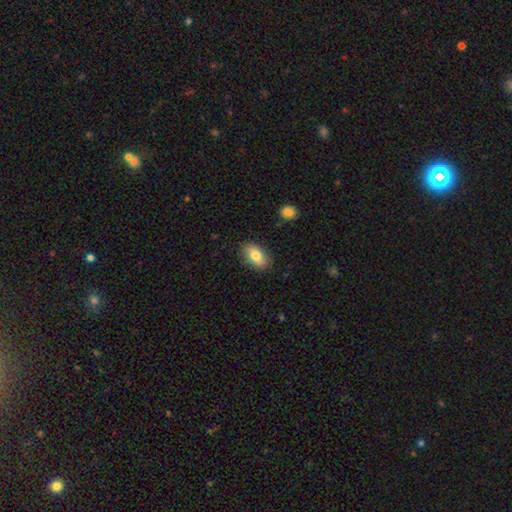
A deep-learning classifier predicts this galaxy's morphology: smooth 80%, featured or disk 13%, star or artifact 7%. Down the decision tree: how rounded — in between (90%); merging — none (86%).